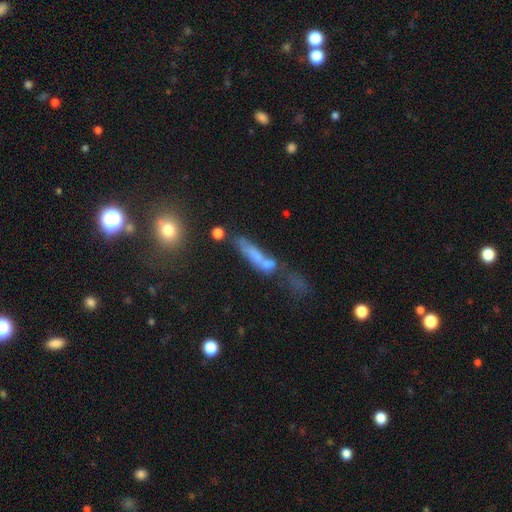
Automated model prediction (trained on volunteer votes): This appears to be a smooth galaxy with no disk features (53%) that is cigar-shaped (72%). Merging: merger (36%).